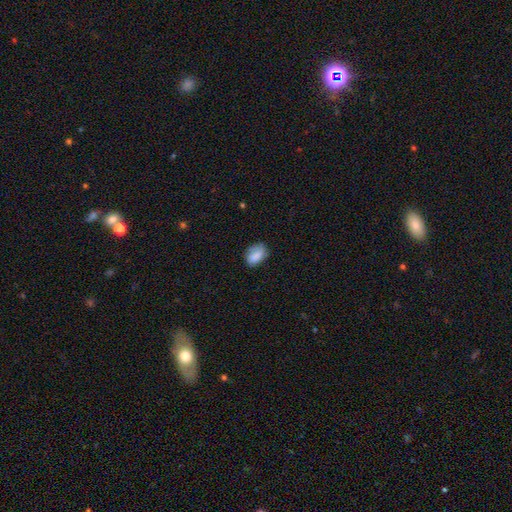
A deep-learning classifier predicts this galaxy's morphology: This appears to be a smooth galaxy with no disk features (82%) that is in between round and cigar-shaped (86%). Merging: none (62%).